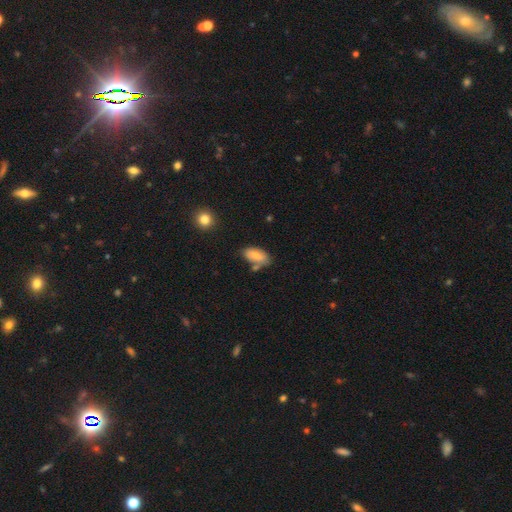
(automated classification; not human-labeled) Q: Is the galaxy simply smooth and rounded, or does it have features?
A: smooth — 75%.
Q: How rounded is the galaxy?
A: in between — 91%.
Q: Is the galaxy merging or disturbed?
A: none — 60%.